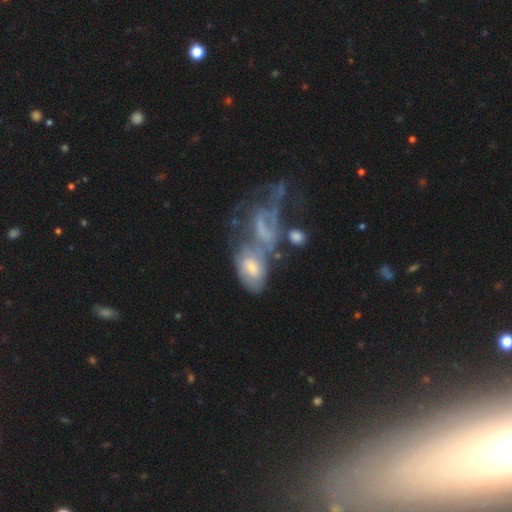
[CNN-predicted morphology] Q: Smooth or featured?
A: featured or disk (55%); runner-up: star or artifact (24%)
Q: Edge-on disk?
A: no (85%); runner-up: yes (15%)
Q: Merging?
A: merger (38%); runner-up: none (27%)